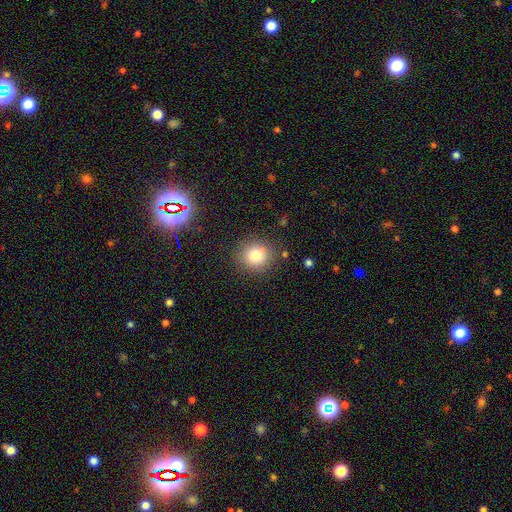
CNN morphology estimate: Overall: smooth (80%). How rounded: round (88%). Merging: none (86%).